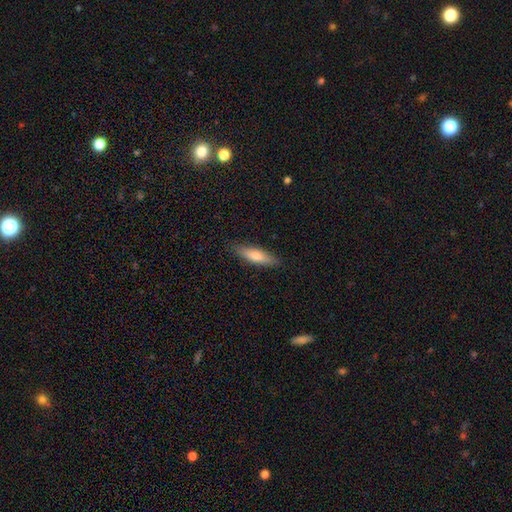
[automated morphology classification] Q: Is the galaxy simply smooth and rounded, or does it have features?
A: smooth — 65%.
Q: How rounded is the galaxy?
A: cigar-shaped — 69%.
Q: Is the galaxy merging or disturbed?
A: none — 87%.